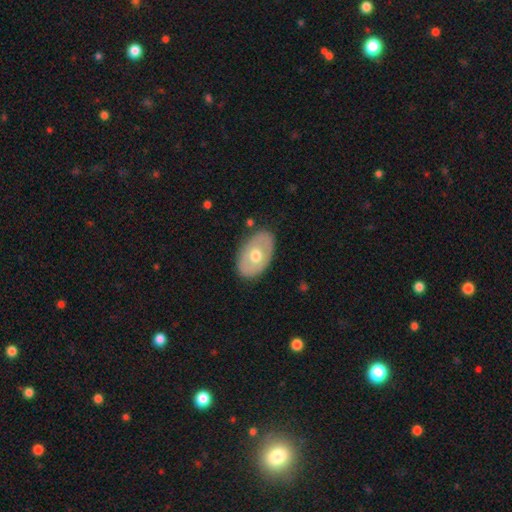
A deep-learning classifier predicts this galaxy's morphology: Smooth or featured: smooth — 52% (featured or disk — 43%)
How rounded: in between — 87% (round — 12%)
Merging: none — 84% (minor disturbance — 12%)